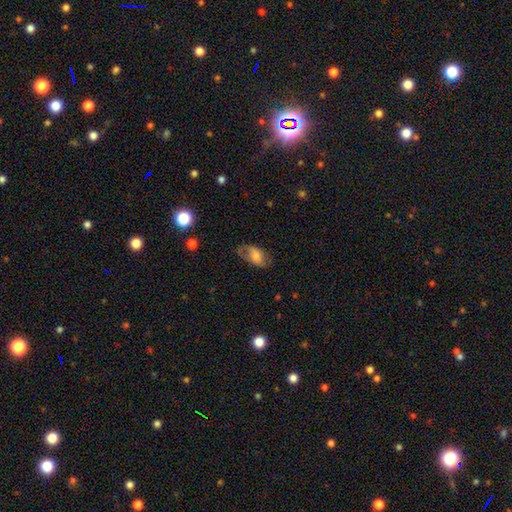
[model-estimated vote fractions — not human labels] This is possibly a smooth galaxy (51%). How rounded: clearly in between (88%). Merging: likely none (64%).